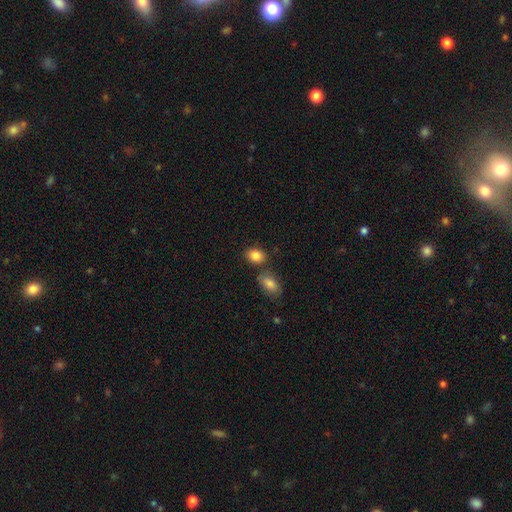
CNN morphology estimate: This is clearly a smooth galaxy (86%). How rounded: likely in between (67%). Merging: likely none (68%).